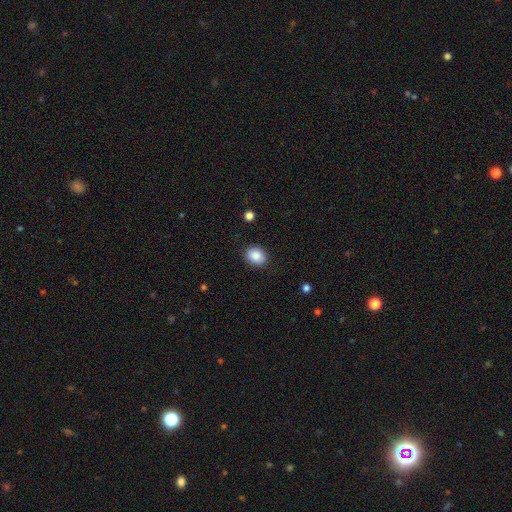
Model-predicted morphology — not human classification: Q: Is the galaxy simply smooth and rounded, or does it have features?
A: smooth — 87%.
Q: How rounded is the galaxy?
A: in between — 52%.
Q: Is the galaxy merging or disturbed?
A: none — 88%.